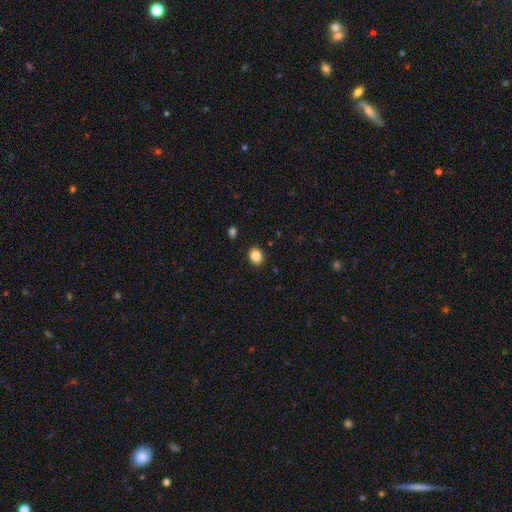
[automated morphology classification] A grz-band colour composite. It shows a smooth galaxy with no disk features (87%) that is round (61%). Merging: none (90%).